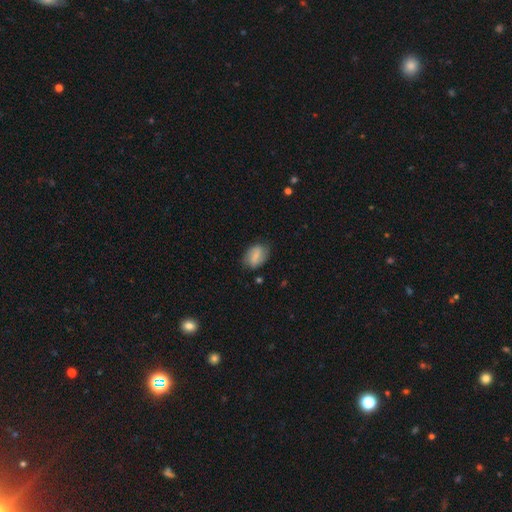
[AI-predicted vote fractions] smooth 62%, featured or disk 30%, star or artifact 8%. Down the decision tree: how rounded — in between (81%); merging — none (75%).